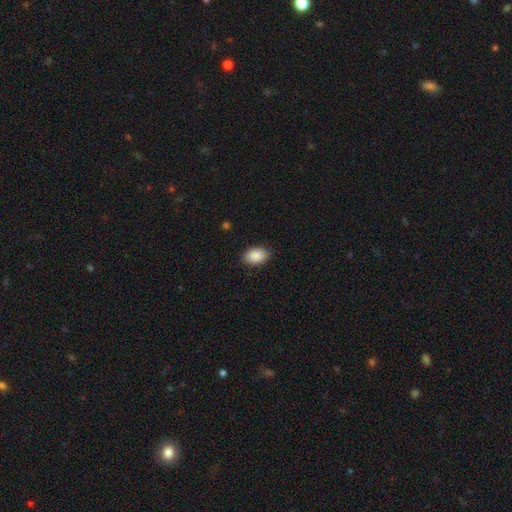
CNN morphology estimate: The model was most divided on "merging": none: 88%, minor disturbance: 9%, major disturbance: 2%, merger: 1%. More confident: how rounded — in between (91%); smooth or featured — smooth (90%).